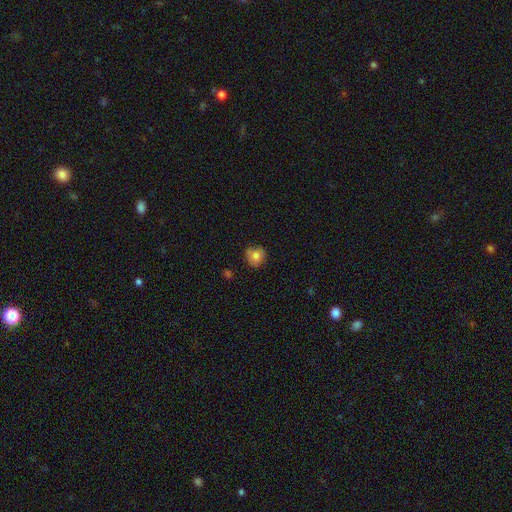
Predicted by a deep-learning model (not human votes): A smooth galaxy with no disk features (77%) that is round (87%). Merging: none (75%).